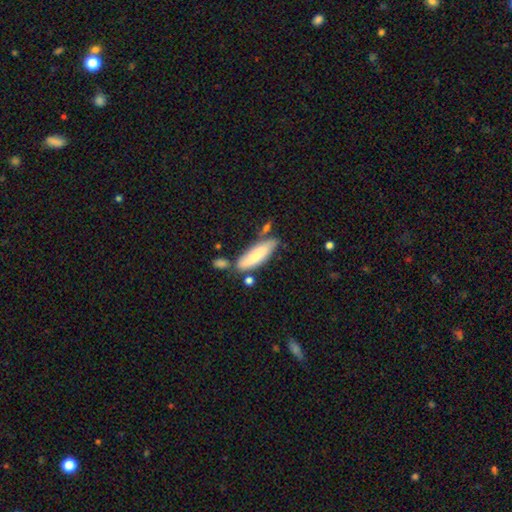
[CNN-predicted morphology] The model was most divided on "how rounded": in between: 50%, cigar-shaped: 48%, round: 2%. More confident: smooth or featured — smooth (68%); merging — none (63%).